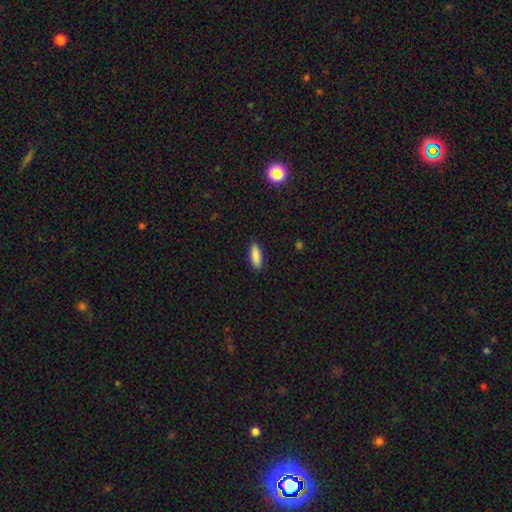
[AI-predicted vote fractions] Overall: smooth (88%). How rounded: in between (65%; cigar-shaped 34%). Merging: none (89%).